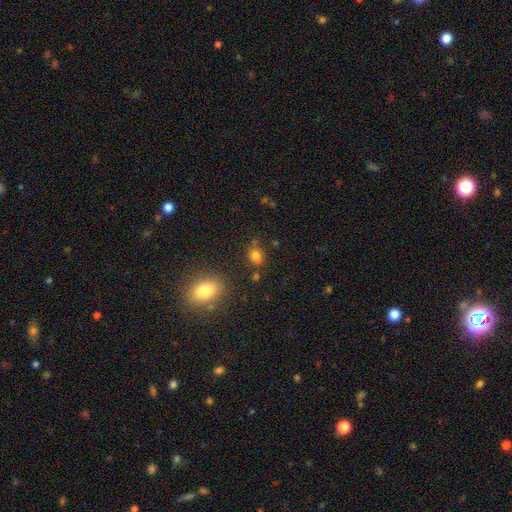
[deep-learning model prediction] Q: Smooth or featured?
A: smooth (80%); runner-up: star or artifact (13%)
Q: How rounded?
A: in between (50%); runner-up: round (49%)
Q: Merging?
A: none (72%); runner-up: minor disturbance (15%)